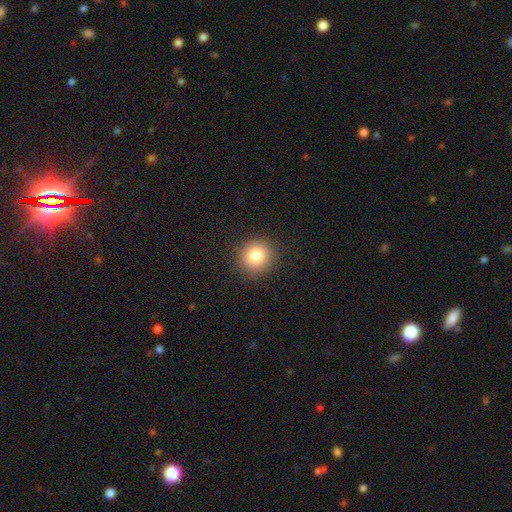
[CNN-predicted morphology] Smooth or featured? Predicted: smooth (p=0.81). How rounded? Predicted: round (p=0.90). Merging? Predicted: none (p=0.90).